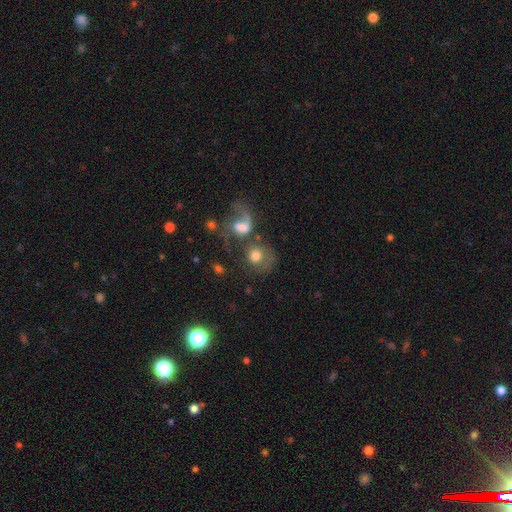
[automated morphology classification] This is likely a smooth galaxy (60%). How rounded: likely round (74%). Merging: marginally merger (43%).